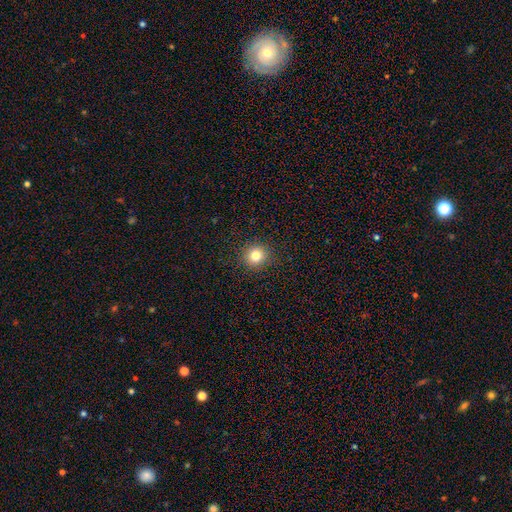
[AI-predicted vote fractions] A smooth galaxy with no disk features (81%) that is round (92%). Merging: none (91%).